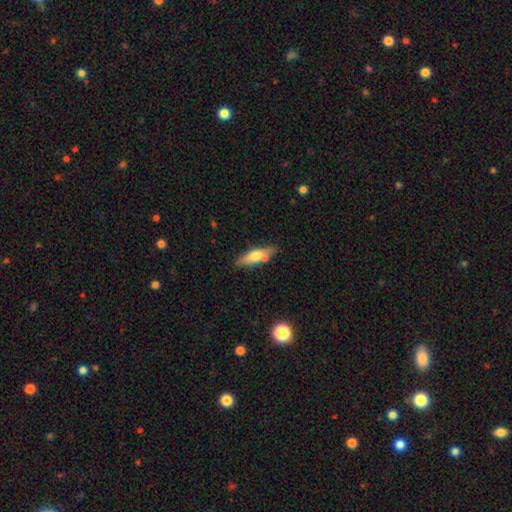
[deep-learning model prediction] Q: Smooth or featured?
A: smooth (58%); runner-up: featured or disk (36%)
Q: How rounded?
A: cigar-shaped (58%); runner-up: in between (40%)
Q: Merging?
A: none (74%); runner-up: minor disturbance (14%)